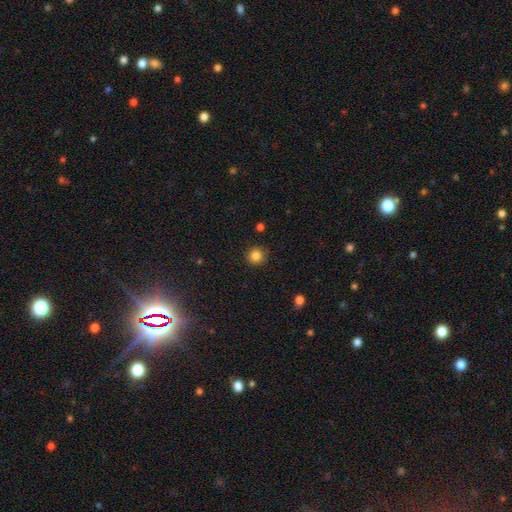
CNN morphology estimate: This appears to be a smooth galaxy with no disk features (84%) that is round (94%). Merging: none (90%).